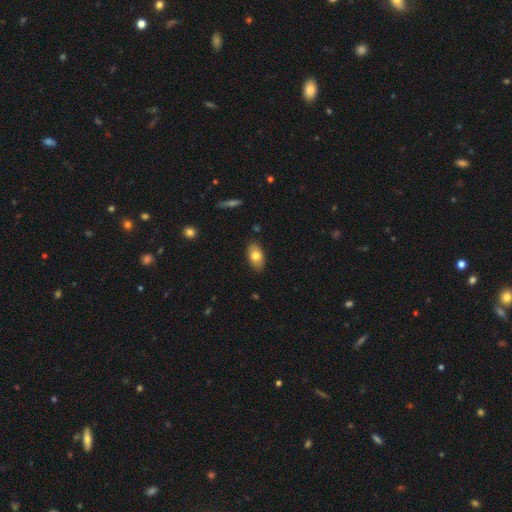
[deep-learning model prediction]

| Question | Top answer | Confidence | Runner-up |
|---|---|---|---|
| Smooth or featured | smooth | 77% | featured or disk (16%) |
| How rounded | in between | 91% | round (6%) |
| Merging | none | 86% | minor disturbance (10%) |